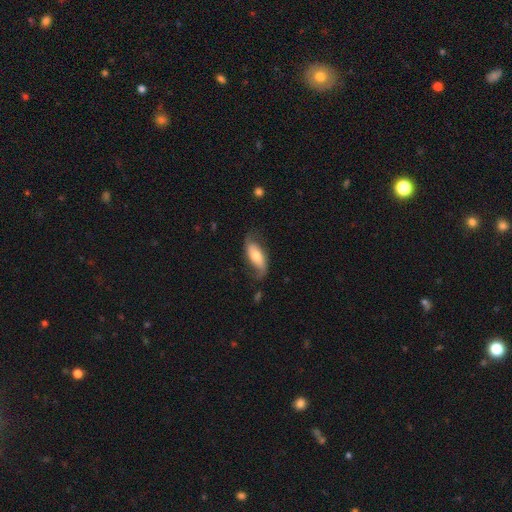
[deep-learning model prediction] smooth-or-featured: featured or disk: 56% | smooth: 38% | star or artifact: 6%
  disk-edge-on: no: 88% | yes: 12%
  merging: none: 61% | minor disturbance: 25% | major disturbance: 13% | merger: 2%